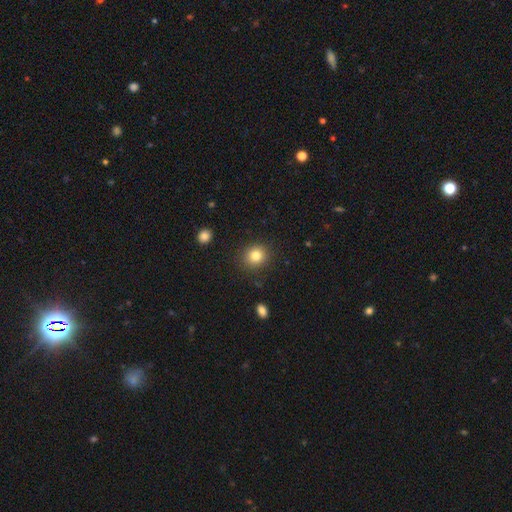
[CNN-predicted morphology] smooth-or-featured: smooth: 82% | star or artifact: 11% | featured or disk: 7%
  how-rounded: round: 83% | in between: 16% | cigar-shaped: 1%
  merging: none: 88% | minor disturbance: 8% | major disturbance: 3% | merger: 1%